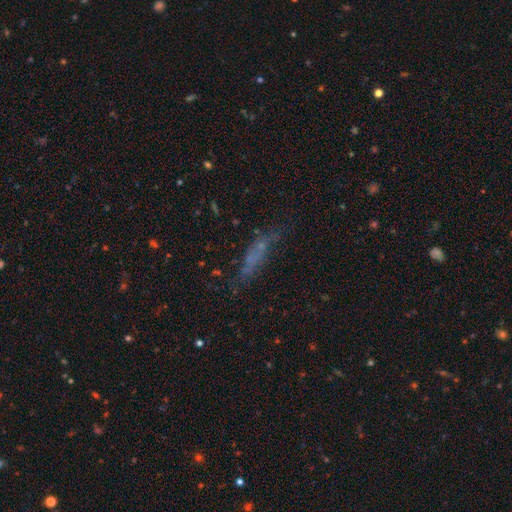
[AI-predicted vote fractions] Morphology: type=smooth (46%); merging=none (53%).